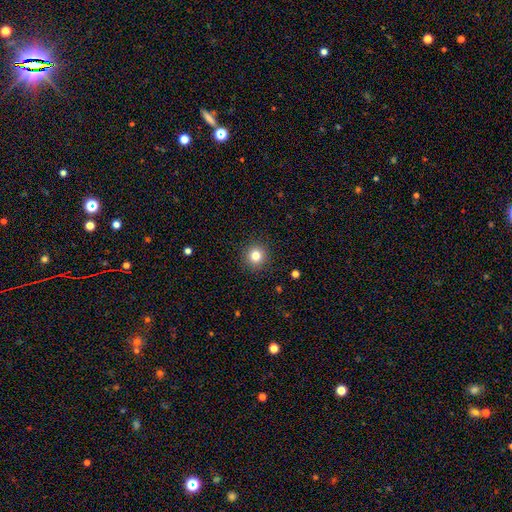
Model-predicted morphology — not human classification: Smooth or featured?
  - smooth: 81% *
  - star or artifact: 13%
  - featured or disk: 6%
How rounded?
  - round: 93% *
  - in between: 6%
  - cigar-shaped: 1%
Merging?
  - none: 92% *
  - minor disturbance: 5%
  - major disturbance: 2%
  - merger: 1%